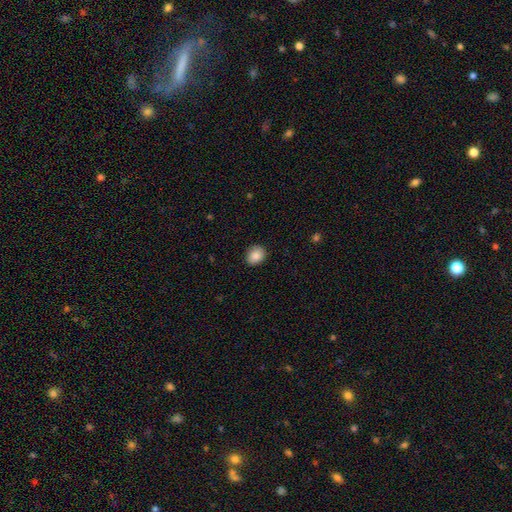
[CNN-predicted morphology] Smooth or featured: smooth — 87% (star or artifact — 8%)
How rounded: round — 55% (in between — 44%)
Merging: none — 88% (minor disturbance — 9%)